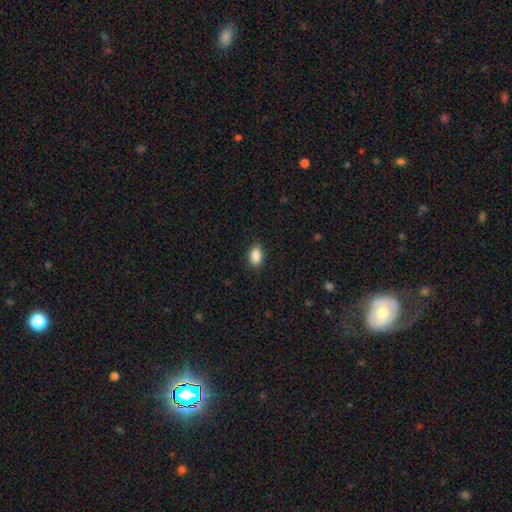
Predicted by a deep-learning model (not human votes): Smooth or featured? Predicted: smooth (p=0.88). How rounded? Predicted: in between (p=0.89). Merging? Predicted: none (p=0.85).